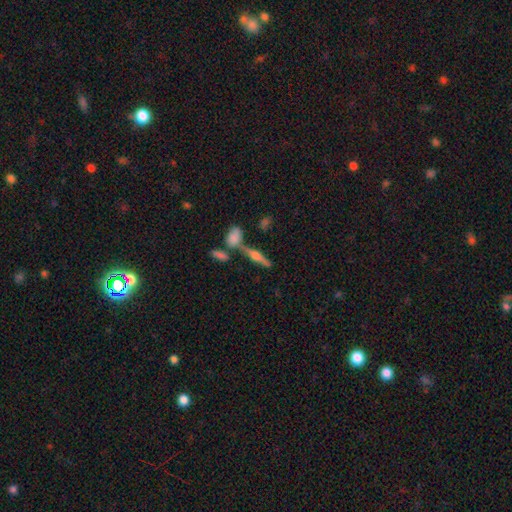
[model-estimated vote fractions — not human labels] Overall: featured or disk (66%; smooth 26%). Edge-on disk: yes (95%). Edge-on bulge: rounded (90%). Merging: none (70%).